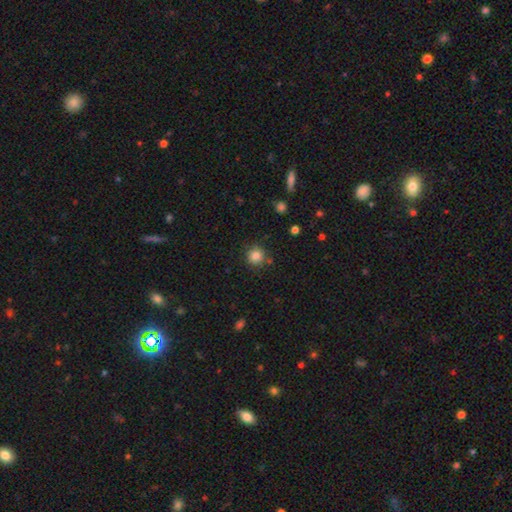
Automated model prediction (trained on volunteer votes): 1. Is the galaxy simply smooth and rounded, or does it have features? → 84% smooth, 11% star or artifact, 5% featured or disk.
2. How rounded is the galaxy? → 91% round, 8% in between, 1% cigar-shaped.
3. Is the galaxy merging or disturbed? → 83% none, 10% minor disturbance, 4% merger, 3% major disturbance.